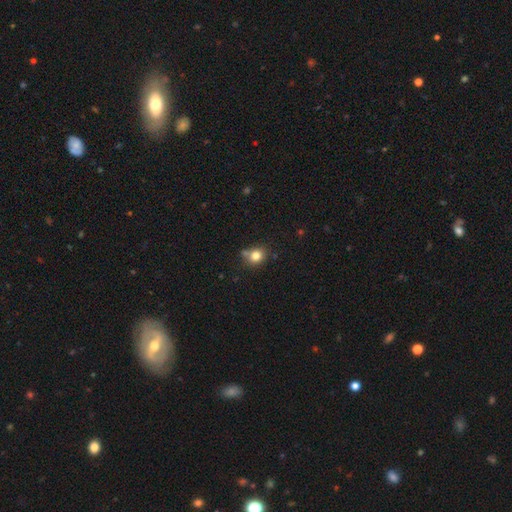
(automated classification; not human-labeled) A smooth galaxy with no disk features (80%) that is round (70%). Merging: none (67%).